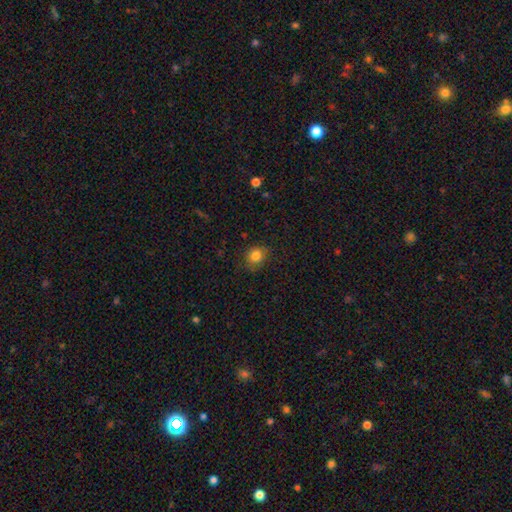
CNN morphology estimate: Overall: smooth (82%). How rounded: round (76%). Merging: none (80%).